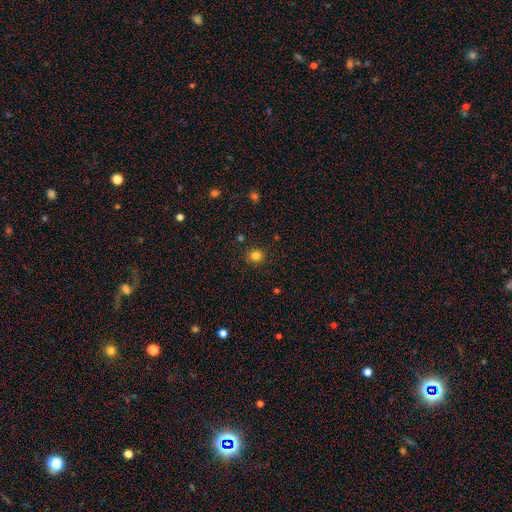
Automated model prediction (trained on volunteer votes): smooth 82%, star or artifact 13%, featured or disk 5%. Down the decision tree: how rounded — round (80%); merging — none (89%).